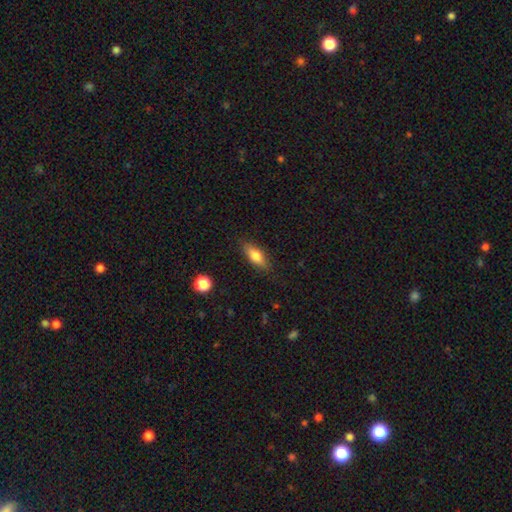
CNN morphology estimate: Q: Smooth or featured?
A: smooth (74%); runner-up: featured or disk (18%)
Q: How rounded?
A: in between (71%); runner-up: cigar-shaped (25%)
Q: Merging?
A: none (84%); runner-up: minor disturbance (12%)